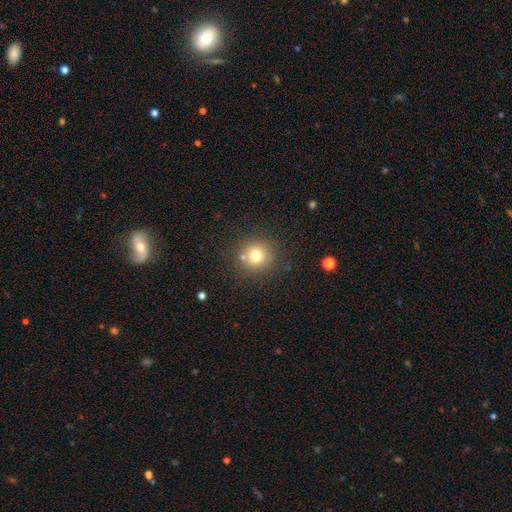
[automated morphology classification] A smooth galaxy with no disk features (74%) that is round (92%).

Vote fractions:
- Smooth or featured? smooth: 74% / star or artifact: 15% / featured or disk: 11%
- How rounded? round: 92% / in between: 7% / cigar-shaped: 1%
- Merging? none: 79% / minor disturbance: 9% / merger: 8% / major disturbance: 3%